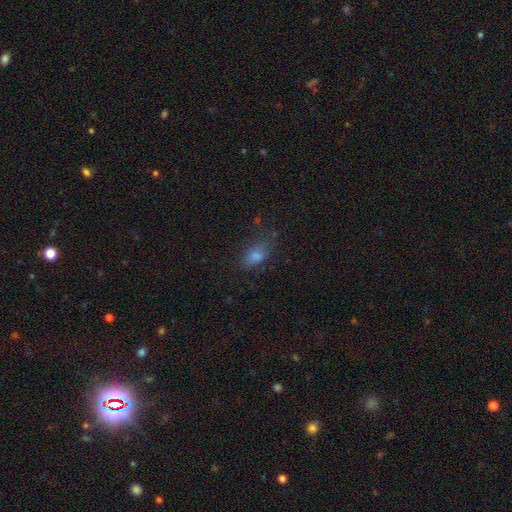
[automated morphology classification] Smooth or featured: smooth — 72% (star or artifact — 16%)
How rounded: in between — 78% (round — 11%)
Merging: none — 67% (minor disturbance — 21%)